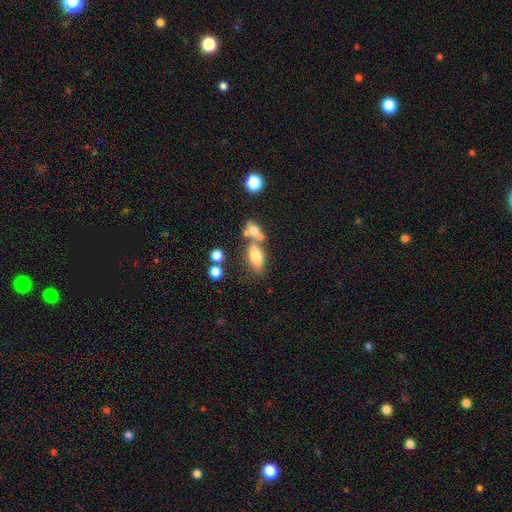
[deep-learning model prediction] Overall: smooth (71%). How rounded: in between (77%). Merging: none (43%; merger 37%).